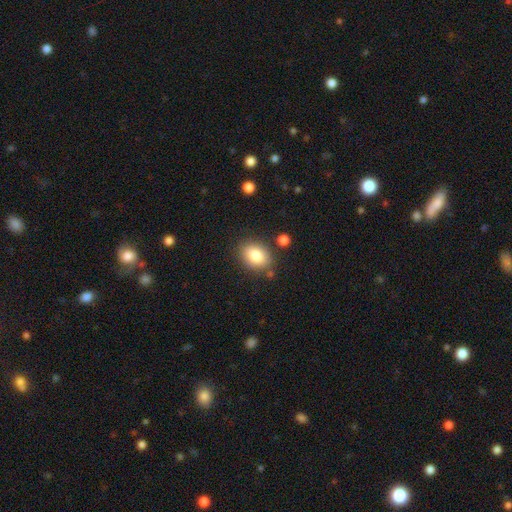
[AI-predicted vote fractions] A smooth galaxy with no disk features (83%) that is in between round and cigar-shaped (69%). Merging: none (80%).